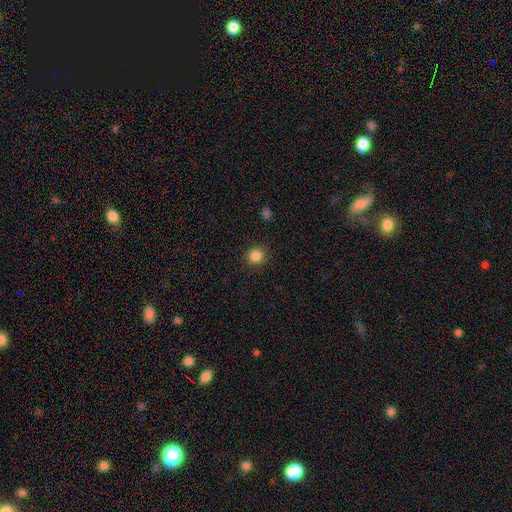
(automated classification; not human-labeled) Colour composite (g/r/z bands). It shows a smooth galaxy with no disk features (85%) that is round (90%). Merging: none (90%).